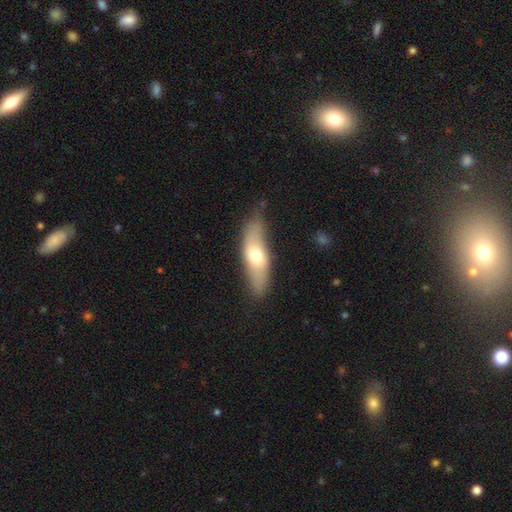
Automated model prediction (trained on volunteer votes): Morphology: type=smooth (58%); roundness=in between (53%); merging=none (74%).